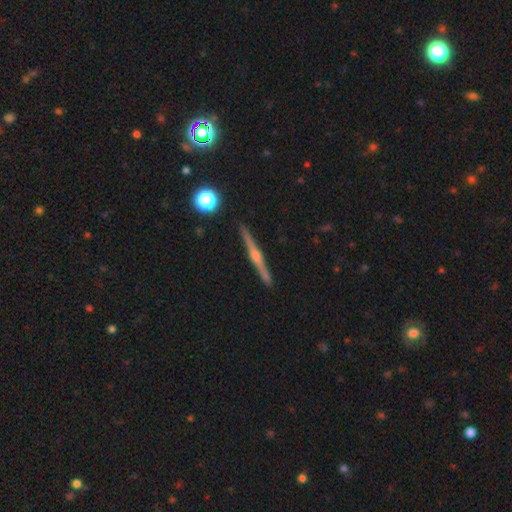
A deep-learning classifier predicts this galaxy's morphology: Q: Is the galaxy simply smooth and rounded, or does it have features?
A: featured or disk — 80%.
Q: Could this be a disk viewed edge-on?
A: yes — 98%.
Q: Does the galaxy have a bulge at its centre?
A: rounded — 84%.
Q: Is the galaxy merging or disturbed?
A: none — 92%.